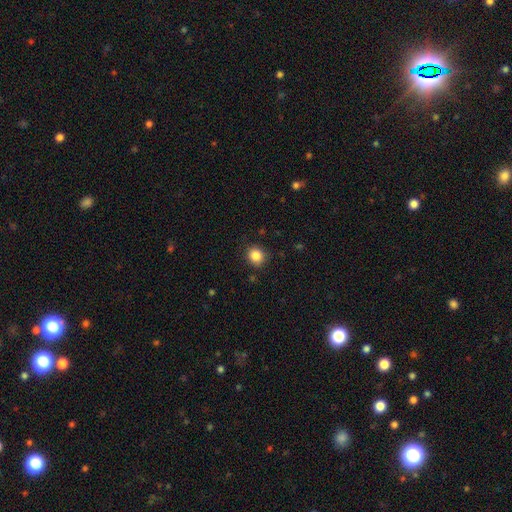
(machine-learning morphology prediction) type=smooth (86%); roundness=round (83%); merging=none (87%).